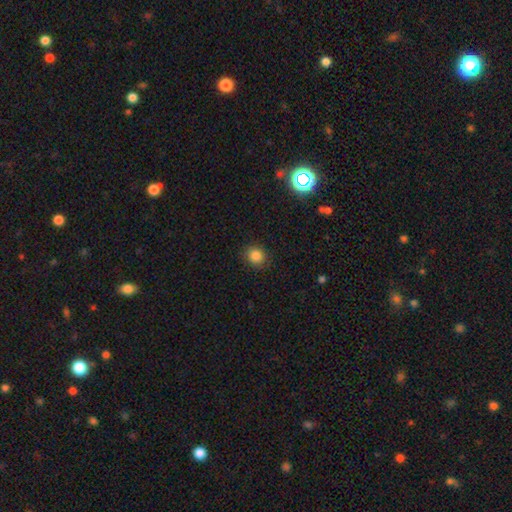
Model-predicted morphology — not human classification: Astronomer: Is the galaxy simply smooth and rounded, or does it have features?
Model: smooth — 83%.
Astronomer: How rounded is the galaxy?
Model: round — 80%.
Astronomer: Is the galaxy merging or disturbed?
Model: none — 88%.